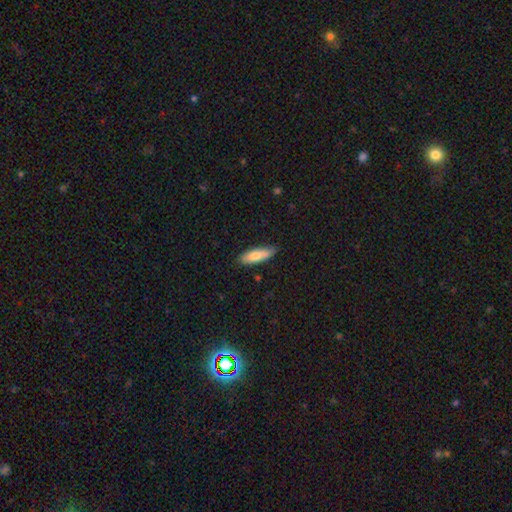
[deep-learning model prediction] This appears to be a smooth galaxy with no disk features (77%) that is cigar-shaped (50%). Merging: none (80%).